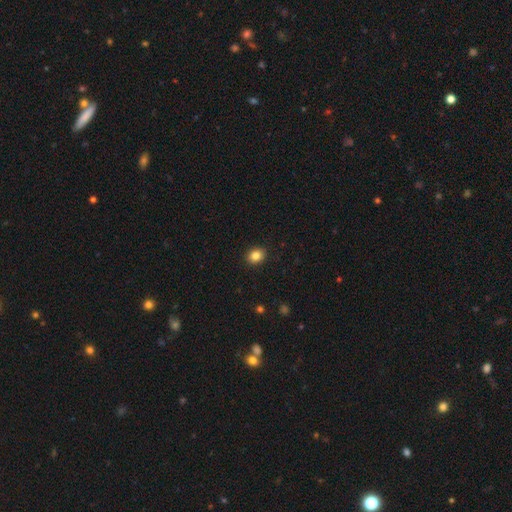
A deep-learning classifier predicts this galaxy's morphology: smooth-or-featured: smooth: 85% | star or artifact: 10% | featured or disk: 5%
  how-rounded: round: 59% | in between: 41% | cigar-shaped: 1%
  merging: none: 91% | minor disturbance: 6% | major disturbance: 2% | merger: 1%